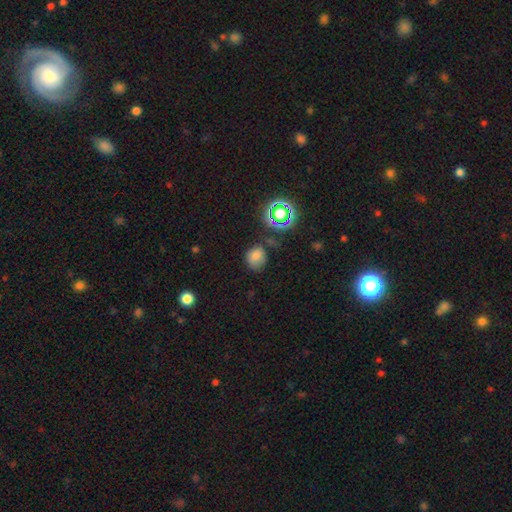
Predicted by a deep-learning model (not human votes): Smooth or featured? smooth (71%)
How rounded? round (67%)
Merging? none (63%)